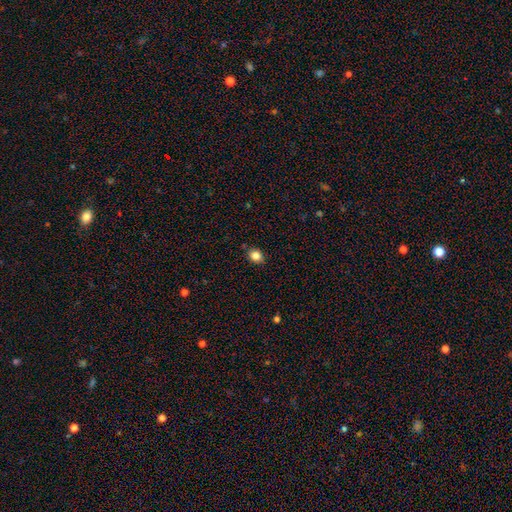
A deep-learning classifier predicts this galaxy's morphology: A smooth galaxy with no disk features (84%) that is round (54%).

Vote fractions:
- Smooth or featured? smooth: 84% / star or artifact: 11% / featured or disk: 5%
- How rounded? round: 54% / in between: 45% / cigar-shaped: 1%
- Merging? none: 87% / minor disturbance: 9% / major disturbance: 2% / merger: 2%